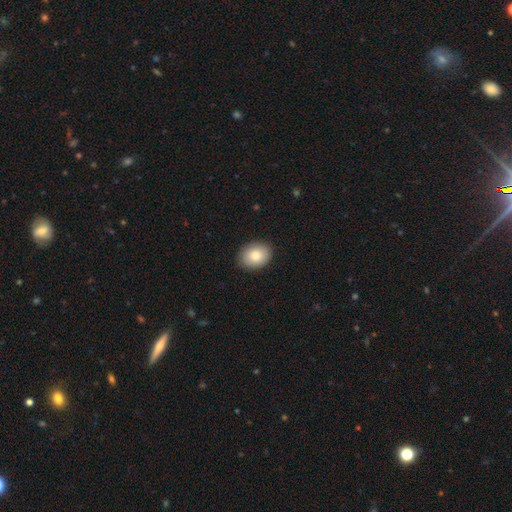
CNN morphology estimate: smooth 84%, featured or disk 8%, star or artifact 7%. Down the decision tree: how rounded — in between (64%); merging — none (89%).